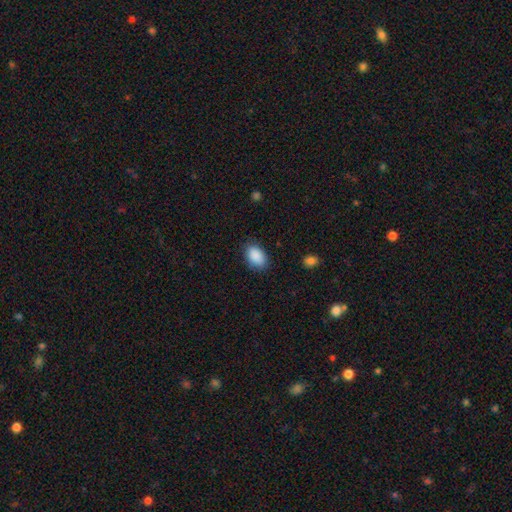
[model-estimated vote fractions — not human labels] smooth-or-featured: smooth: 90% | star or artifact: 7% | featured or disk: 3%
  how-rounded: in between: 87% | round: 11% | cigar-shaped: 1%
  merging: none: 82% | minor disturbance: 14% | major disturbance: 3% | merger: 1%